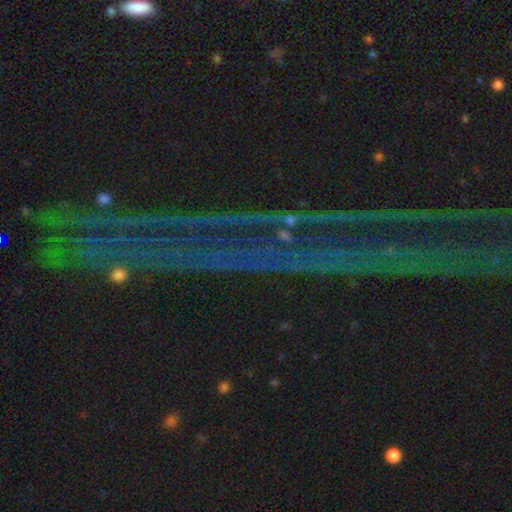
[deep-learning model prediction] Smooth or featured?
  - star or artifact: 84% *
  - featured or disk: 9%
  - smooth: 7%